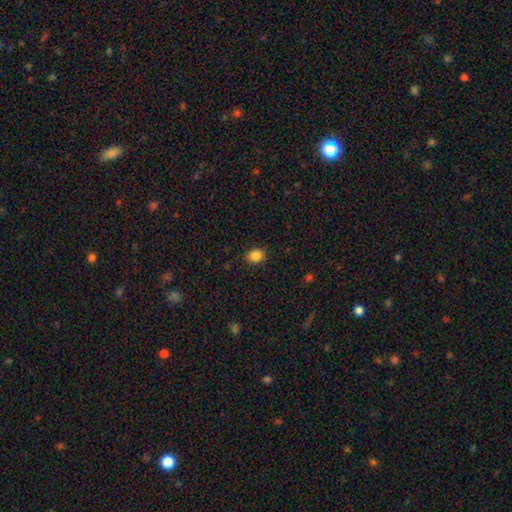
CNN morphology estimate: A smooth galaxy with no disk features (86%) that is round (53%).

Vote fractions:
- Smooth or featured? smooth: 86% / star or artifact: 10% / featured or disk: 4%
- How rounded? round: 53% / in between: 46% / cigar-shaped: 1%
- Merging? none: 87% / minor disturbance: 10% / major disturbance: 2% / merger: 1%